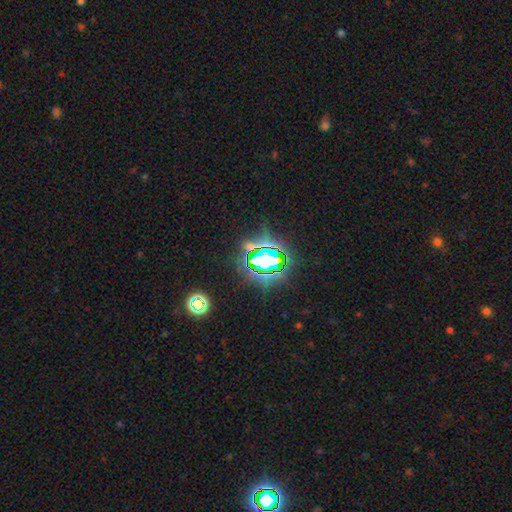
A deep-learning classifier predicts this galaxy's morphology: smooth-or-featured: star or artifact: 81% | smooth: 12% | featured or disk: 7%